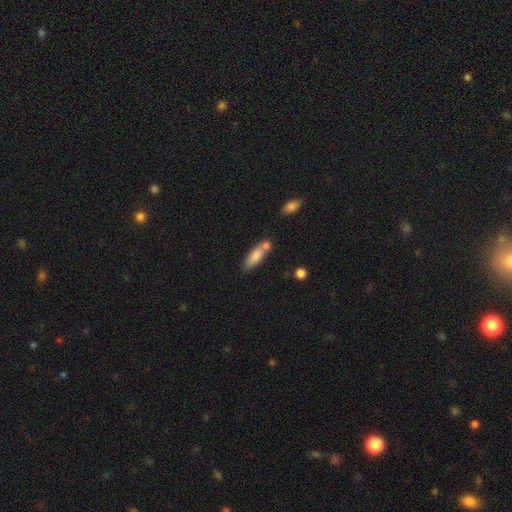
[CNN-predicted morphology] Smooth or featured?
  - smooth: 78% *
  - featured or disk: 16%
  - star or artifact: 7%
How rounded?
  - in between: 56% *
  - cigar-shaped: 42%
  - round: 2%
Merging?
  - none: 53% *
  - merger: 27%
  - minor disturbance: 16%
  - major disturbance: 4%